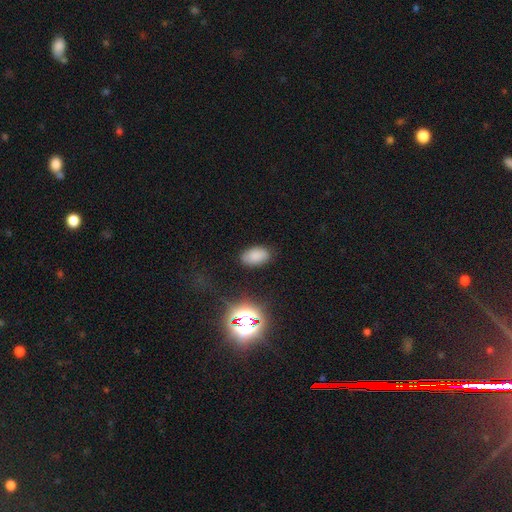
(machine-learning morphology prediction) type=smooth (79%); roundness=in between (92%); merging=none (84%).